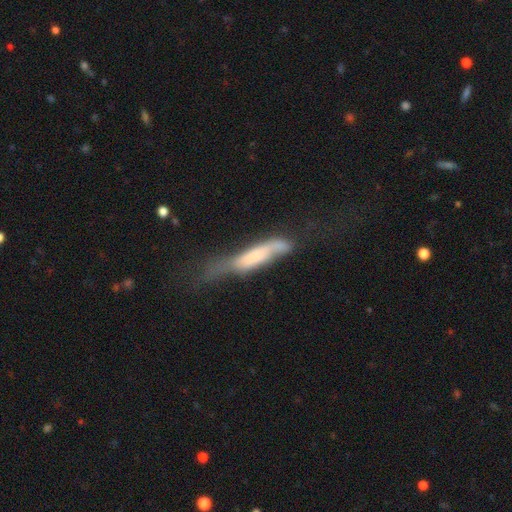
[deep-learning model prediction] Overall: smooth (56%; featured or disk 36%). How rounded: cigar-shaped (80%). Merging: major disturbance (34%; minor disturbance 29%).